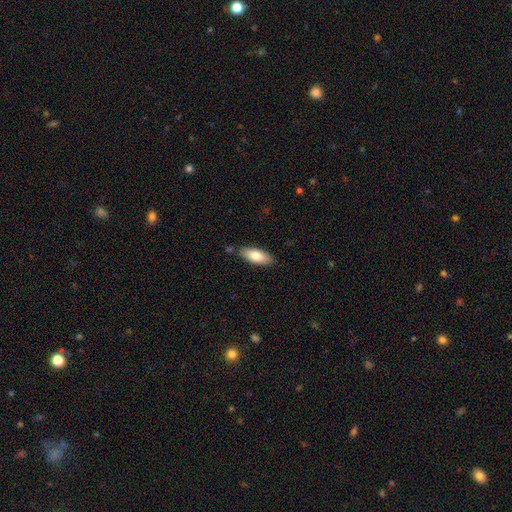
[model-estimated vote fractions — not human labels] A smooth galaxy with no disk features (78%) that is in between round and cigar-shaped (75%).

Vote fractions:
- Smooth or featured? smooth: 78% / featured or disk: 16% / star or artifact: 6%
- How rounded? in between: 75% / cigar-shaped: 23% / round: 2%
- Merging? none: 83% / minor disturbance: 12% / merger: 3% / major disturbance: 2%